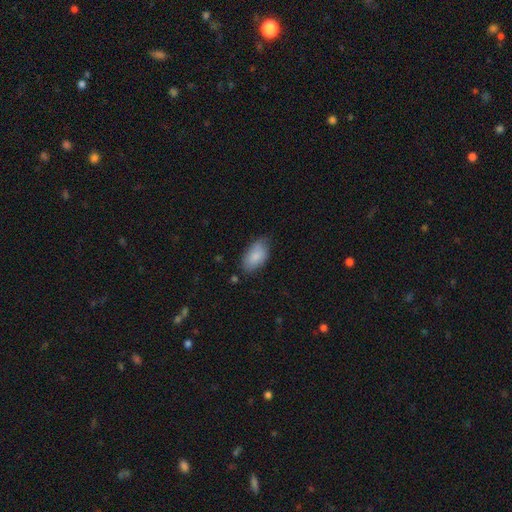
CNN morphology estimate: Smooth or featured? Predicted: smooth (p=0.86). How rounded? Predicted: in between (p=0.94). Merging? Predicted: none (p=0.70).